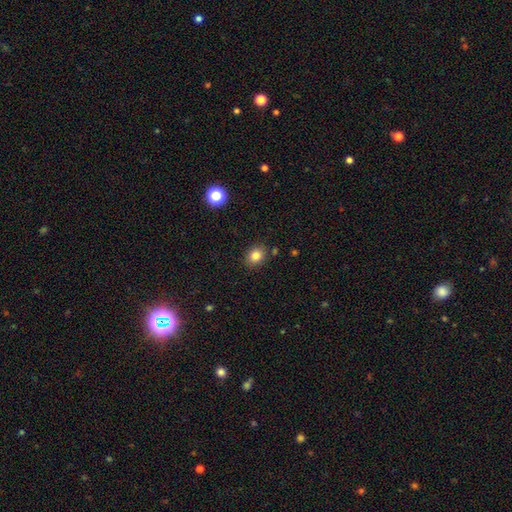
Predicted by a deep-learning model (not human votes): Overall: smooth (83%). How rounded: round (58%; in between 41%). Merging: none (85%).